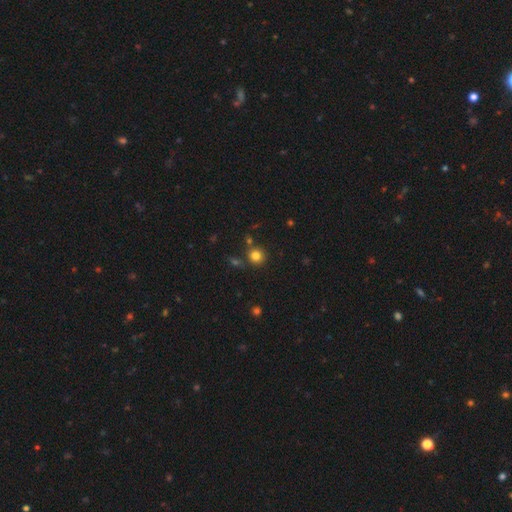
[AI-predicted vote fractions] The model was most divided on "smooth or featured": smooth: 80%, star or artifact: 13%, featured or disk: 6%. More confident: how rounded — round (91%); merging — none (79%).